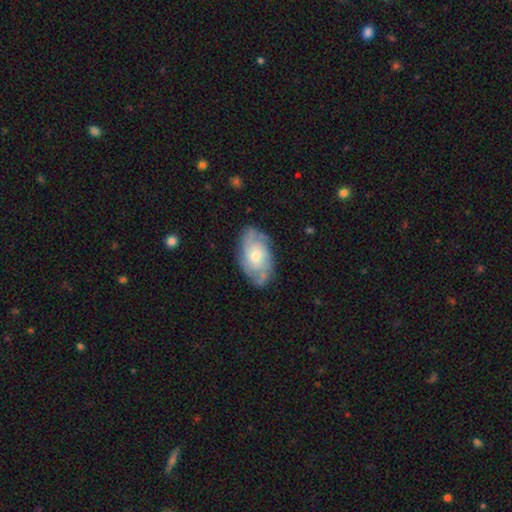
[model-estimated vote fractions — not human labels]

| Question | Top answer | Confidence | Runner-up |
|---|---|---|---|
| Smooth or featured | featured or disk | 70% | smooth (24%) |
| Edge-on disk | no | 95% | yes (5%) |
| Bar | no | 72% | weak (25%) |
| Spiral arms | yes | 89% | no (11%) |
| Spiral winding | tight | 50% | medium (37%) |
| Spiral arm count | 2 | 36% | can't tell (34%) |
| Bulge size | moderate | 48% | small (46%) |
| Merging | none | 75% | minor disturbance (18%) |